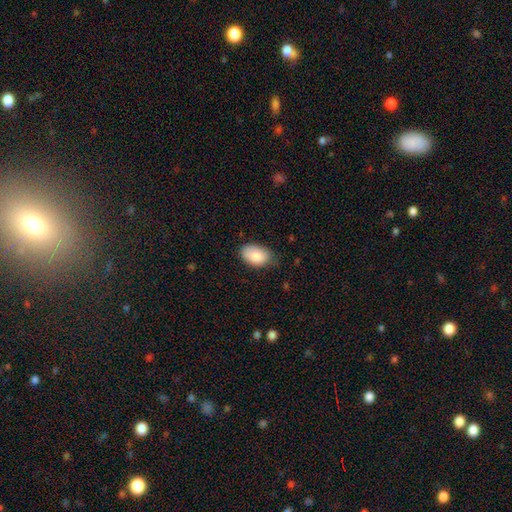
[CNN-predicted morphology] smooth-or-featured: smooth: 86% | featured or disk: 7% | star or artifact: 7%
  how-rounded: in between: 91% | round: 8% | cigar-shaped: 1%
  merging: none: 72% | minor disturbance: 23% | major disturbance: 4% | merger: 1%